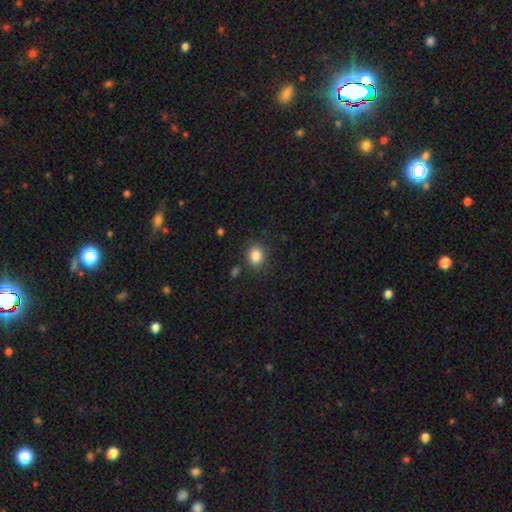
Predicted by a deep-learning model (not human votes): Smooth or featured? smooth (85%)
How rounded? round (58%)
Merging? none (82%)